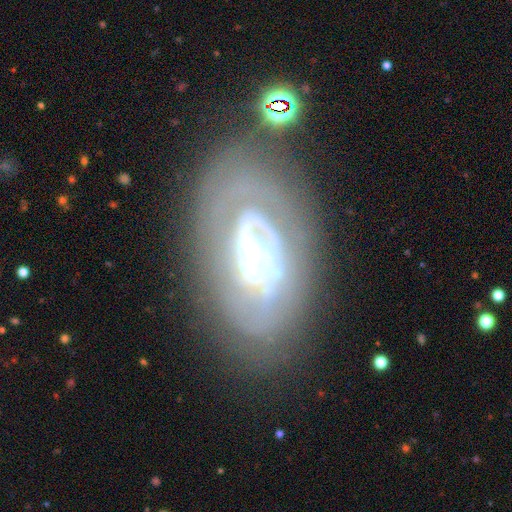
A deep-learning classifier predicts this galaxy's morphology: smooth_or_featured: featured or disk (p=0.76) [alt: smooth p=0.15]
disk_edge_on: no (p=0.94) [alt: yes p=0.06]
bar: no (p=0.67) [alt: weak p=0.21]
has_spiral_arms: yes (p=0.58) [alt: no p=0.42]
bulge_size: small (p=0.50) [alt: moderate p=0.30]
merging: none (p=0.65) [alt: minor disturbance p=0.19]